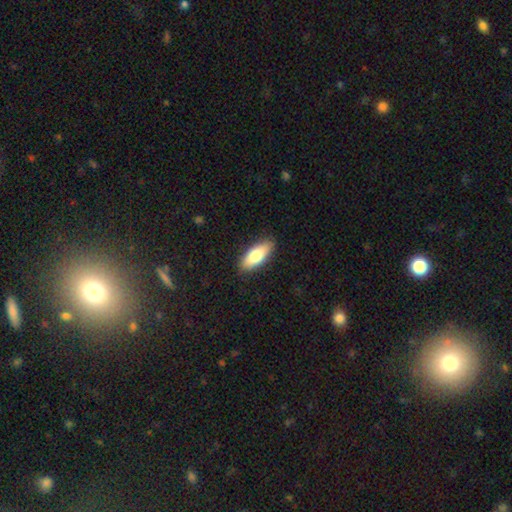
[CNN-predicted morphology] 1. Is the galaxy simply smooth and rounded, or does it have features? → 79% smooth, 16% featured or disk, 6% star or artifact.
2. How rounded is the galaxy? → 77% in between, 21% cigar-shaped, 2% round.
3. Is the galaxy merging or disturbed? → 88% none, 9% minor disturbance, 2% major disturbance, 1% merger.